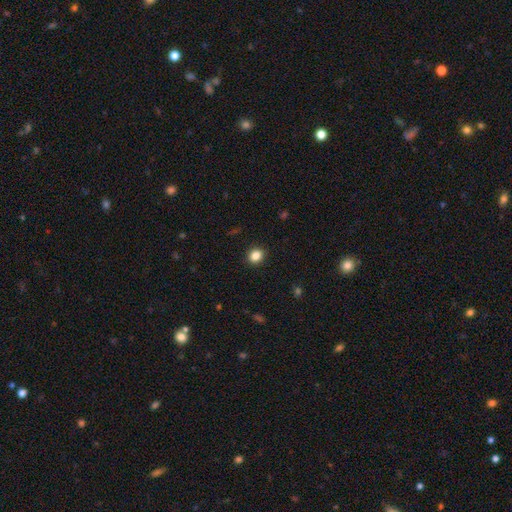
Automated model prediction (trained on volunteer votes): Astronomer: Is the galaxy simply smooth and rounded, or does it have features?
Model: smooth — 85%.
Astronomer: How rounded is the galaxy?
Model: round — 66%.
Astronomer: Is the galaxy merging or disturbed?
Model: none — 91%.